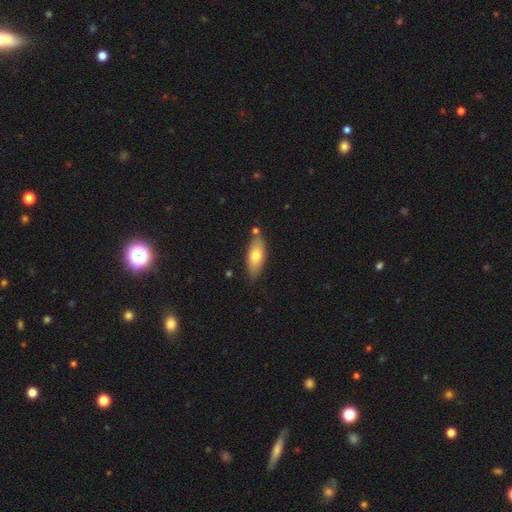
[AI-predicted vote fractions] Overall: smooth (71%). How rounded: in between (79%). Merging: none (77%).